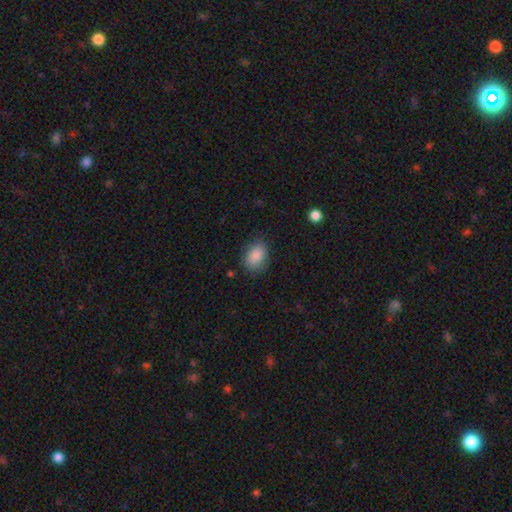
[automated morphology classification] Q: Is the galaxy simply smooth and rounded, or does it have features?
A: smooth — 87%.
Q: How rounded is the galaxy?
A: in between — 77%.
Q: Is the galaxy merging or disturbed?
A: none — 79%.